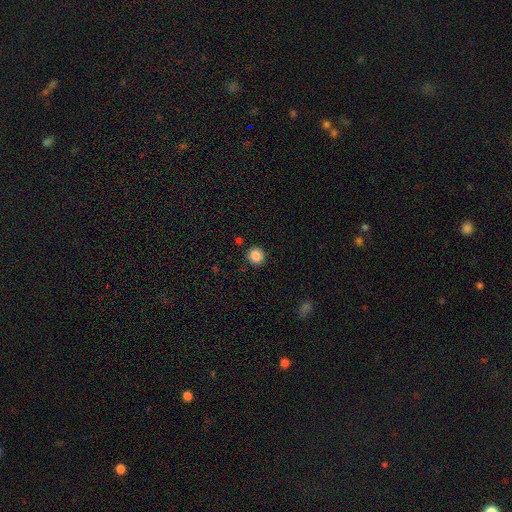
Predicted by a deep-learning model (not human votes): Smooth or featured? Predicted: smooth (p=0.87). How rounded? Predicted: round (p=0.92). Merging? Predicted: none (p=0.90).